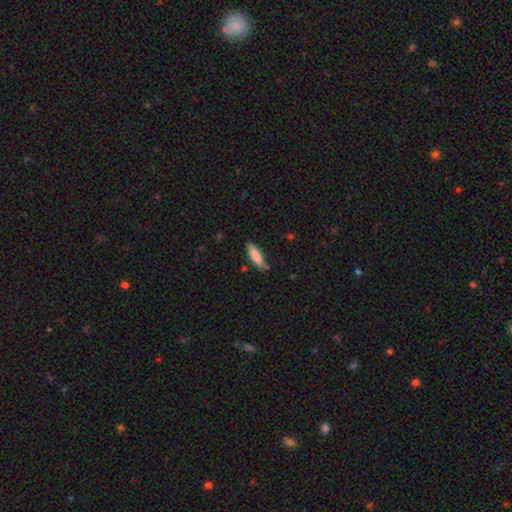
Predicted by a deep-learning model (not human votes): This appears to be a smooth galaxy with no disk features (81%) that is cigar-shaped (53%). Merging: none (77%).